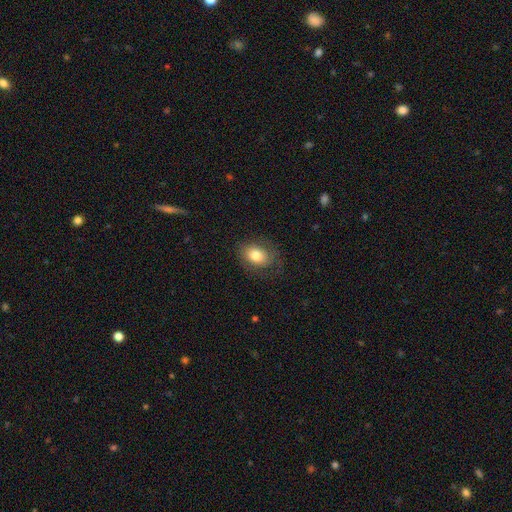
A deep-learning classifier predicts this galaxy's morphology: Smooth or featured?
  - smooth: 75% *
  - featured or disk: 17%
  - star or artifact: 8%
How rounded?
  - in between: 69% *
  - round: 30%
  - cigar-shaped: 1%
Merging?
  - none: 70% *
  - minor disturbance: 19%
  - major disturbance: 10%
  - merger: 1%